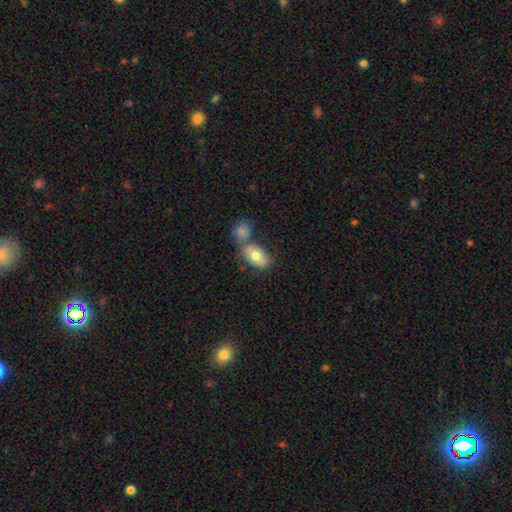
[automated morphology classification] Smooth or featured: smooth — 75% (featured or disk — 18%)
How rounded: in between — 89% (round — 9%)
Merging: none — 45% (merger — 39%)